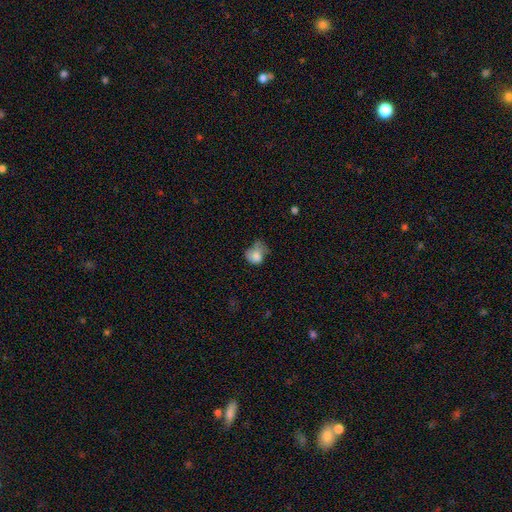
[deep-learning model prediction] Smooth or featured?
  - smooth: 75% *
  - featured or disk: 16%
  - star or artifact: 9%
How rounded?
  - round: 54% *
  - in between: 45%
  - cigar-shaped: 1%
Merging?
  - major disturbance: 36% *
  - minor disturbance: 35%
  - none: 24%
  - merger: 6%